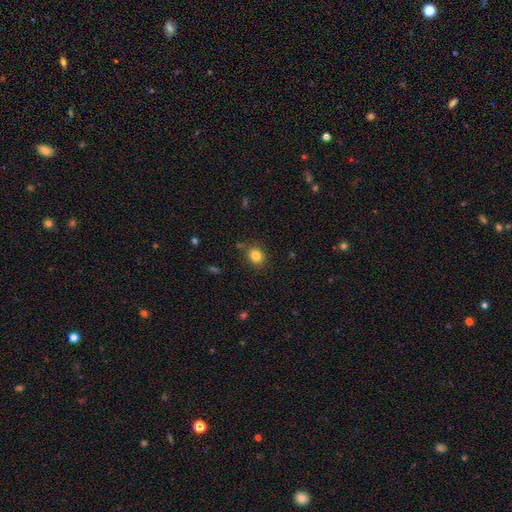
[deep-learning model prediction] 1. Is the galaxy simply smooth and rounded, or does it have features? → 83% smooth, 11% star or artifact, 6% featured or disk.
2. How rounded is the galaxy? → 62% round, 37% in between, 1% cigar-shaped.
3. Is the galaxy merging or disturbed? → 84% none, 10% minor disturbance, 3% major disturbance, 3% merger.